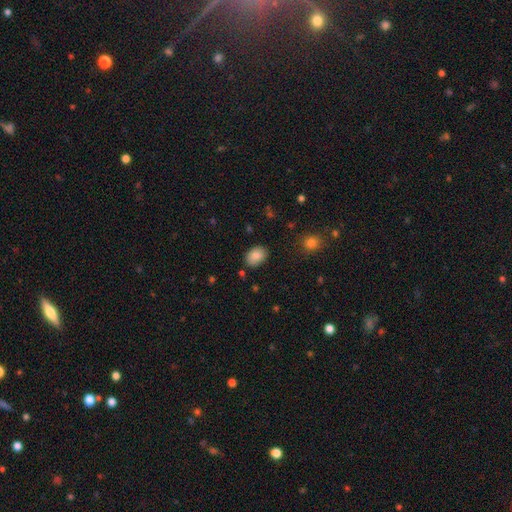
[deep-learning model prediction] This is clearly a smooth galaxy (87%). How rounded: likely in between (76%). Merging: clearly none (82%).